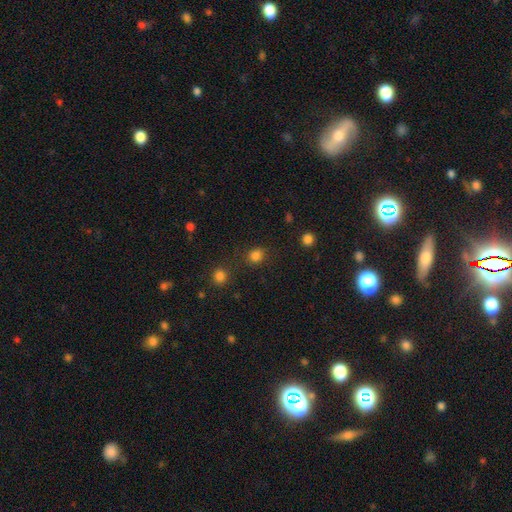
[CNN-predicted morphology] smooth_or_featured: smooth (p=0.82) [alt: star or artifact p=0.14]
how_rounded: round (p=0.77) [alt: in between p=0.22]
merging: none (p=0.82) [alt: minor disturbance p=0.10]